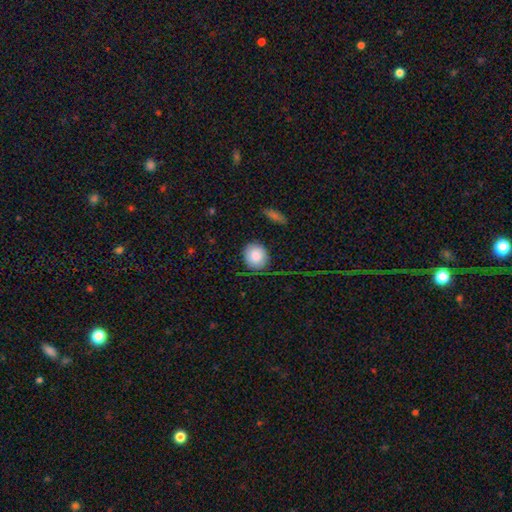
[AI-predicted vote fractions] A smooth galaxy with no disk features (85%) that is round (81%). Merging: none (79%).